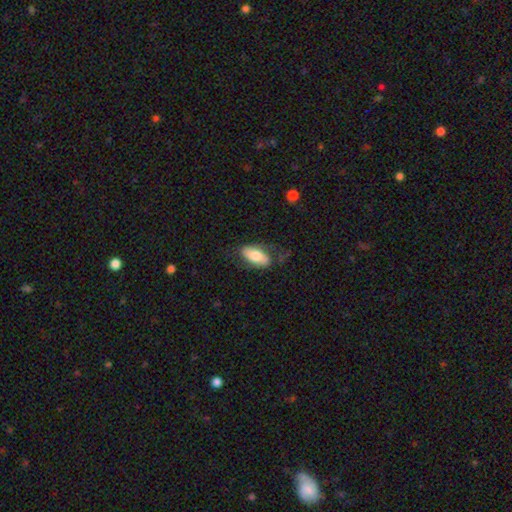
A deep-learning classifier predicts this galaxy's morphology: type=smooth (70%); roundness=in between (88%); merging=none (63%).